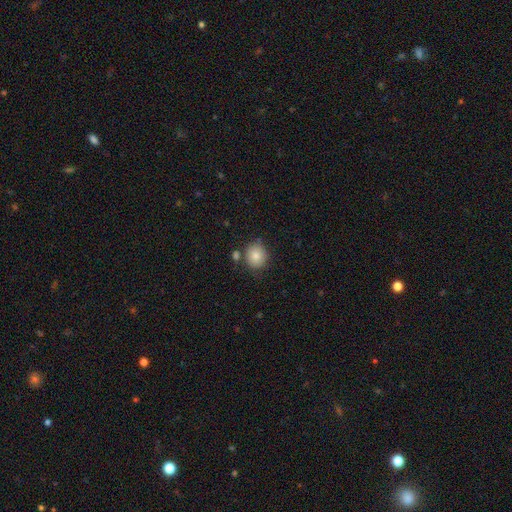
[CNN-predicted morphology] smooth-or-featured: smooth: 83% | star or artifact: 9% | featured or disk: 8%
  how-rounded: round: 77% | in between: 22% | cigar-shaped: 1%
  merging: none: 74% | minor disturbance: 14% | merger: 9% | major disturbance: 3%